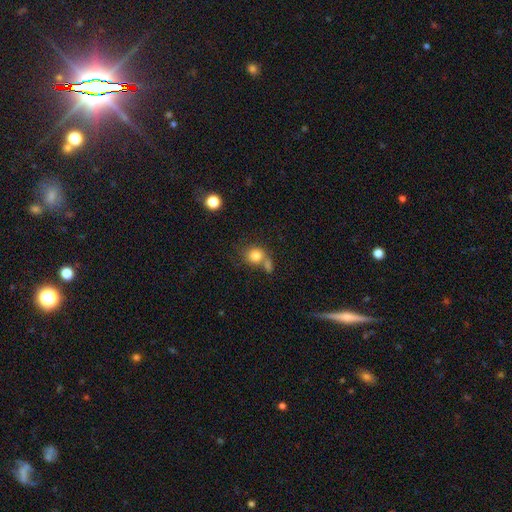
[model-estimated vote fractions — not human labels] smooth_or_featured: smooth (p=0.81) [alt: star or artifact p=0.10]
how_rounded: round (p=0.76) [alt: in between p=0.23]
merging: none (p=0.47) [alt: merger p=0.34]